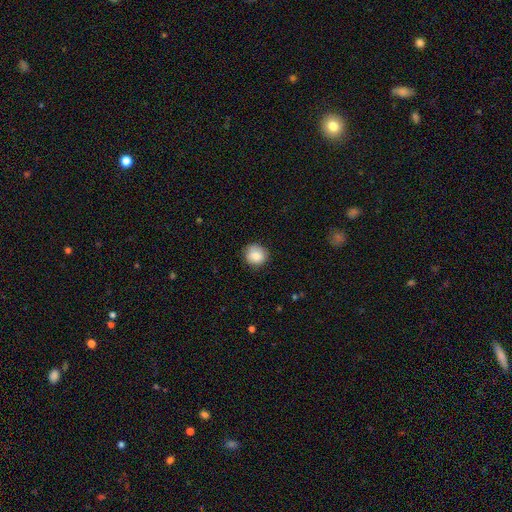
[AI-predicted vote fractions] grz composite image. It shows a smooth galaxy with no disk features (84%) that is round (90%). Merging: none (85%).